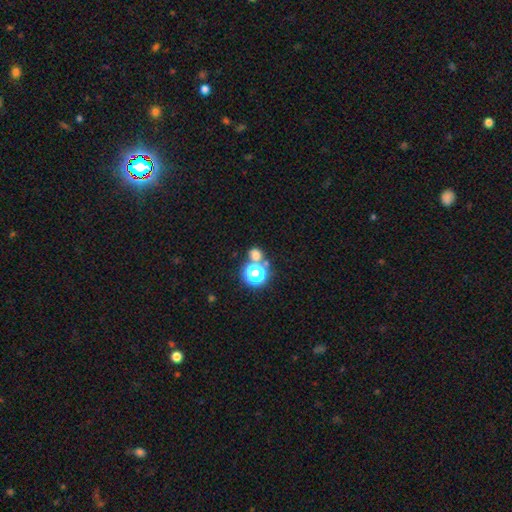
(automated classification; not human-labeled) This is likely a smooth galaxy (68%). How rounded: likely round (79%). Merging: possibly none (58%).